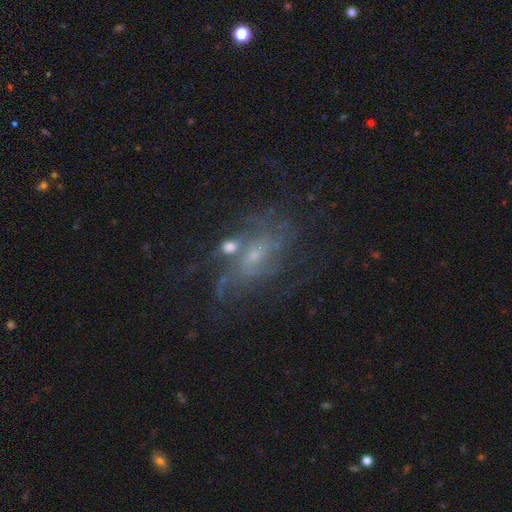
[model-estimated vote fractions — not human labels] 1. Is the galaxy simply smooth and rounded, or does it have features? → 76% featured or disk, 12% star or artifact, 12% smooth.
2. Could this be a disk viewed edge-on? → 96% no, 4% yes.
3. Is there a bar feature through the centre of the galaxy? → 50% no, 40% weak, 10% strong.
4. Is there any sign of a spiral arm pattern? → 81% yes, 19% no.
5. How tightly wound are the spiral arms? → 41% medium, 35% tight, 24% loose.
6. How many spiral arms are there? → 44% can't tell, 15% 3, 14% 2, 13% 4, 7% more than 4, 6% 1.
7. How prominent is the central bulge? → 69% small, 22% moderate, 6% none, 2% large, 1% dominant.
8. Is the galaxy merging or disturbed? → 50% none, 21% major disturbance, 18% minor disturbance, 12% merger.